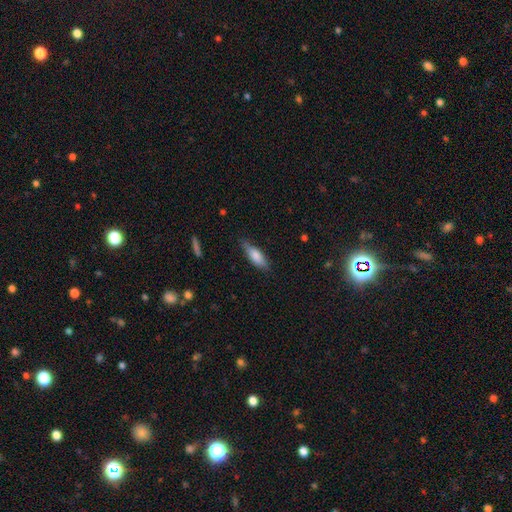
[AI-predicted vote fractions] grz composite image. It shows a smooth galaxy with no disk features (76%) that is in between round and cigar-shaped (60%). Merging: none (74%).